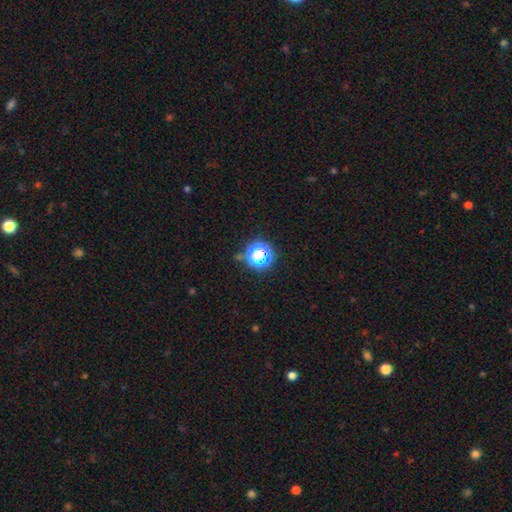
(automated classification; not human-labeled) smooth-or-featured: star or artifact: 64% | smooth: 30% | featured or disk: 6%